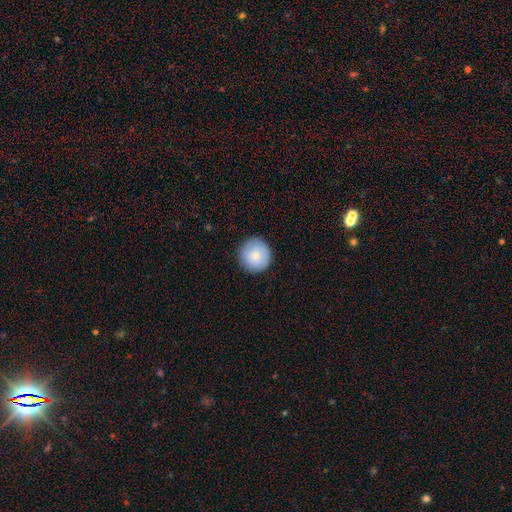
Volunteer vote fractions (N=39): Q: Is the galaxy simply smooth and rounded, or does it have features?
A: smooth — 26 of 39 (67%).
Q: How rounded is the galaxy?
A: round — 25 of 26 (96%).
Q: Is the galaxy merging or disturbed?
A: none — 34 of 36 (94%).